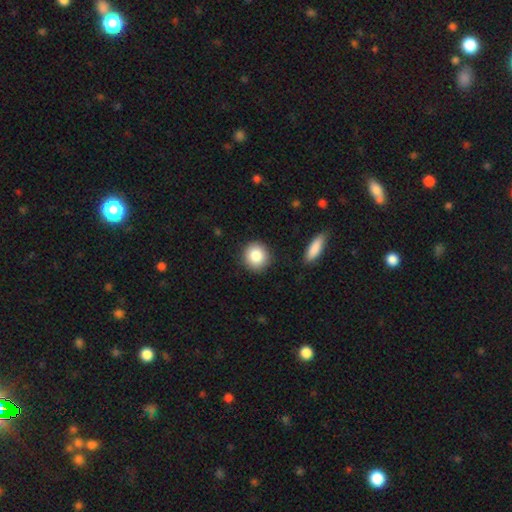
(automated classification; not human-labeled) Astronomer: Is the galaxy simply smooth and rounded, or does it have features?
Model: smooth — 85%.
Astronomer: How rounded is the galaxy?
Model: round — 88%.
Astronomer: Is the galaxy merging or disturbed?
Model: none — 89%.